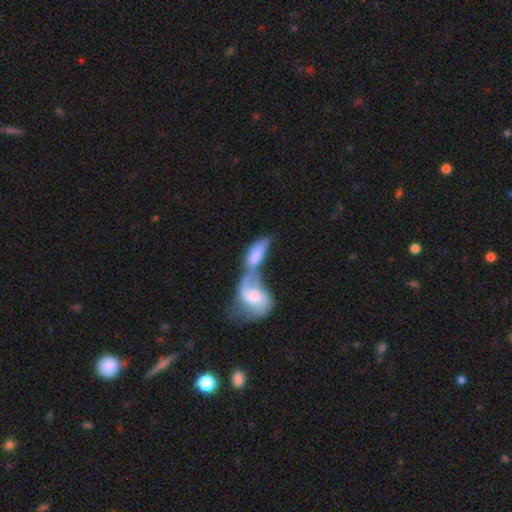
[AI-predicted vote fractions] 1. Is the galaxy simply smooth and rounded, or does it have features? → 57% smooth, 36% featured or disk, 7% star or artifact.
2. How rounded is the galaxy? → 82% in between, 14% cigar-shaped, 4% round.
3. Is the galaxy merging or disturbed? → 79% merger, 9% none, 7% major disturbance, 5% minor disturbance.